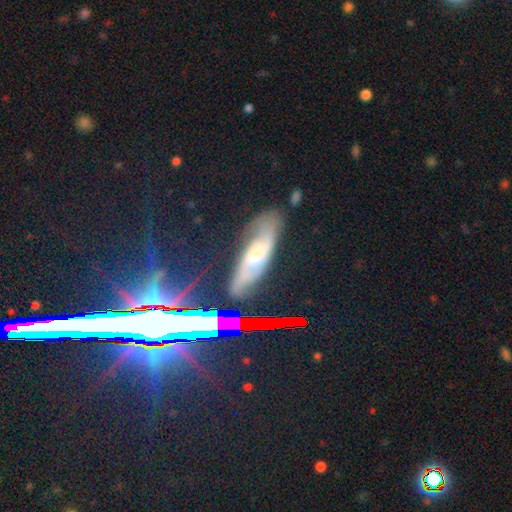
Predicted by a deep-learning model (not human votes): This appears to be a featured or disk galaxy (54%). Merging: none (73%).